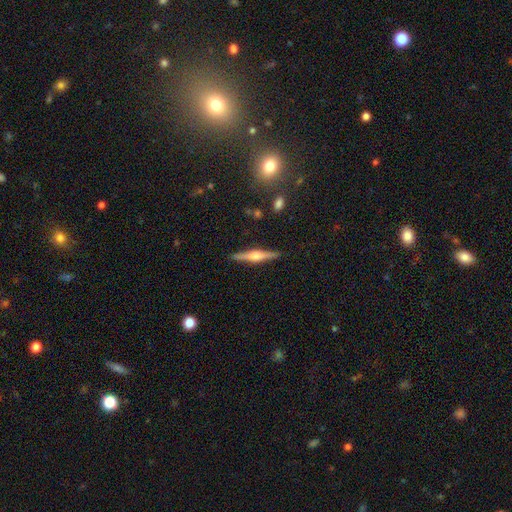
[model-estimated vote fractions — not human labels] Morphology: type=featured or disk (70%); edge-on=yes (98%); edge-on bulge=rounded (87%); merging=none (90%).